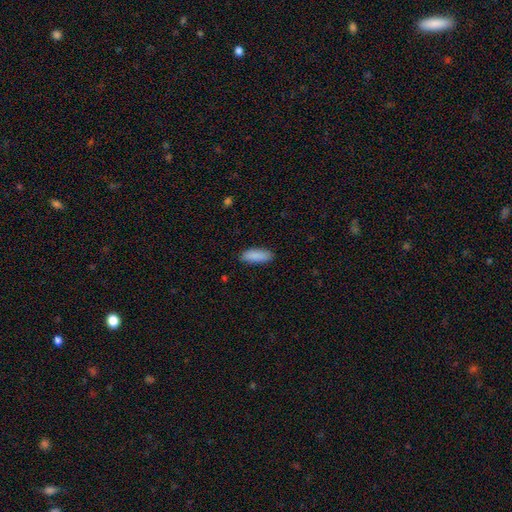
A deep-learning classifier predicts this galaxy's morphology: Smooth or featured? smooth (90%)
How rounded? in between (70%)
Merging? none (86%)